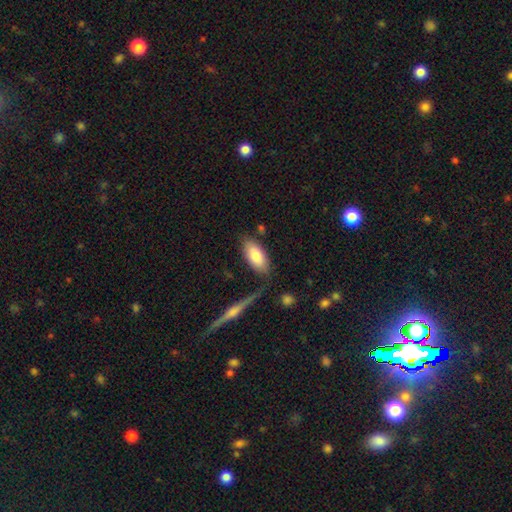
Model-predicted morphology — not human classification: Overall: smooth (80%). How rounded: in between (90%). Merging: none (74%).